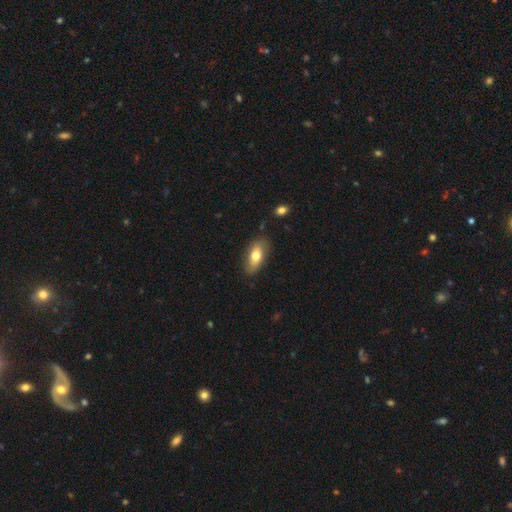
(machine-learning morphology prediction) This is likely a smooth galaxy (70%). How rounded: clearly in between (84%). Merging: likely none (79%).